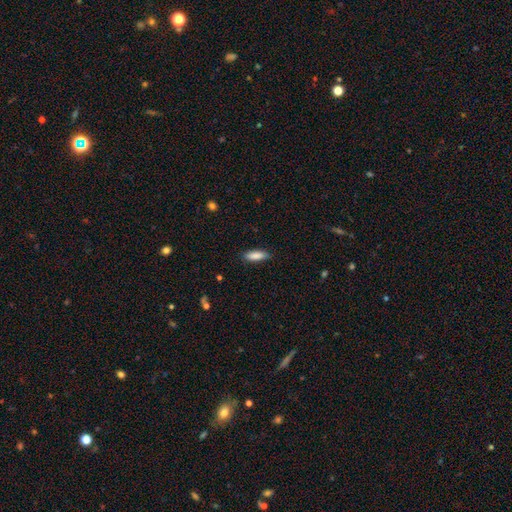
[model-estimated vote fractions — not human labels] A smooth galaxy with no disk features (86%) that is in between round and cigar-shaped (52%). Merging: none (84%).